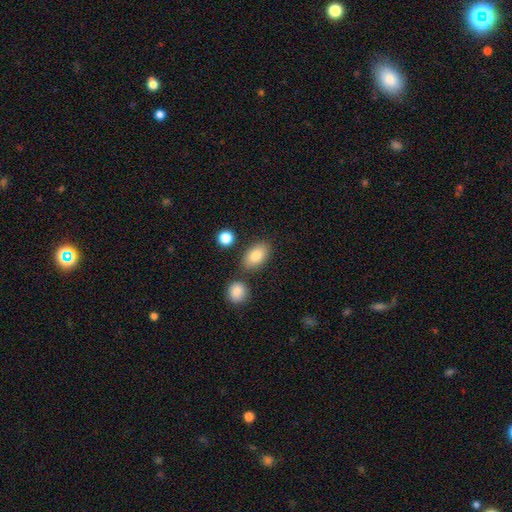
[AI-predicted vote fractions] smooth_or_featured: smooth (p=0.81) [alt: featured or disk p=0.11]
how_rounded: in between (p=0.89) [alt: round p=0.09]
merging: none (p=0.77) [alt: minor disturbance p=0.11]